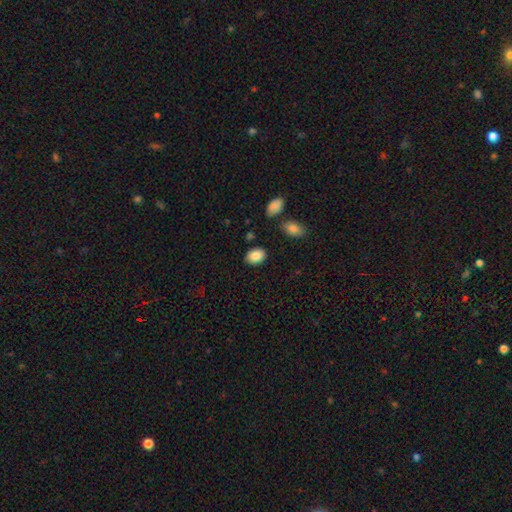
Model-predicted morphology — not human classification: Smooth or featured? smooth (87%)
How rounded? in between (76%)
Merging? none (85%)